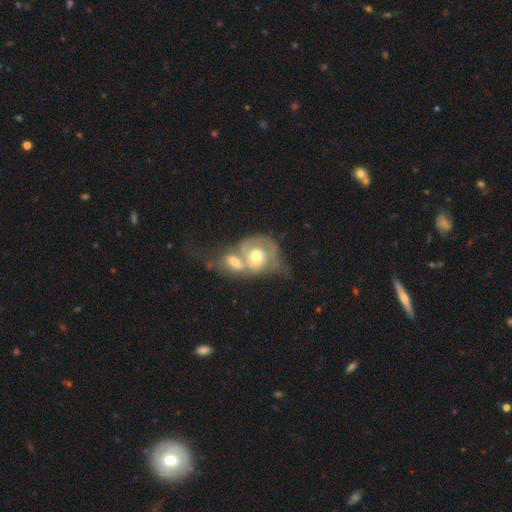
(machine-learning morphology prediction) A featured or disk galaxy (54%) with no bar (70%), no spiral arms (50%, tied with yes) and a moderate central bulge (67%). Merging: merger (67%).